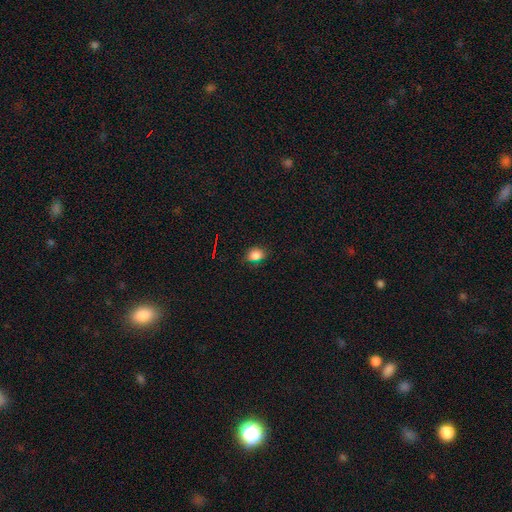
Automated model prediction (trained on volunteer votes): Smooth or featured: smooth — 78% (star or artifact — 17%)
How rounded: in between — 57% (round — 41%)
Merging: none — 73% (minor disturbance — 20%)